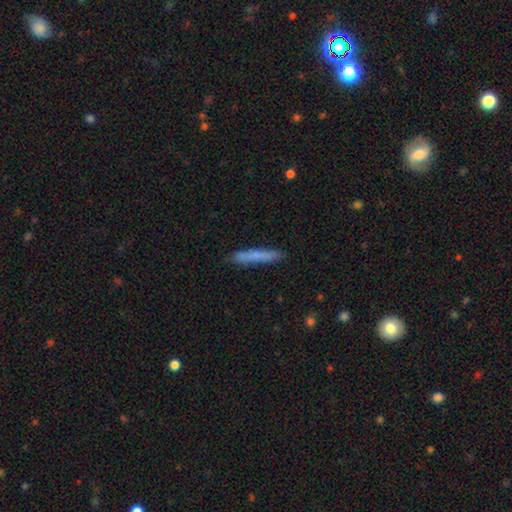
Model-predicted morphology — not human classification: smooth-or-featured: smooth: 68% | featured or disk: 26% | star or artifact: 6%
  how-rounded: cigar-shaped: 94% | in between: 5% | round: 1%
  merging: none: 84% | minor disturbance: 12% | major disturbance: 2% | merger: 2%